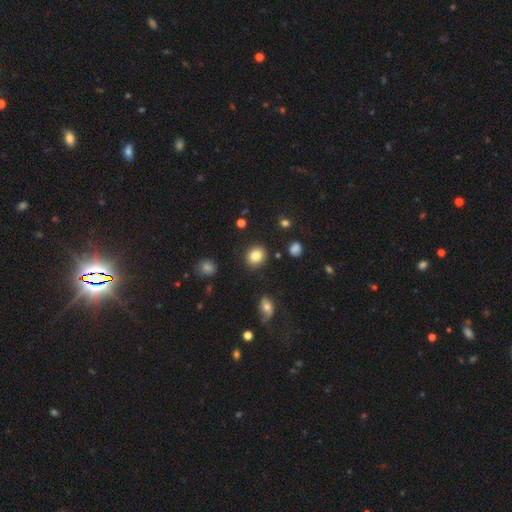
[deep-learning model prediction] smooth-or-featured: smooth: 84% | star or artifact: 9% | featured or disk: 6%
  how-rounded: round: 64% | in between: 35% | cigar-shaped: 1%
  merging: none: 87% | minor disturbance: 8% | major disturbance: 3% | merger: 2%